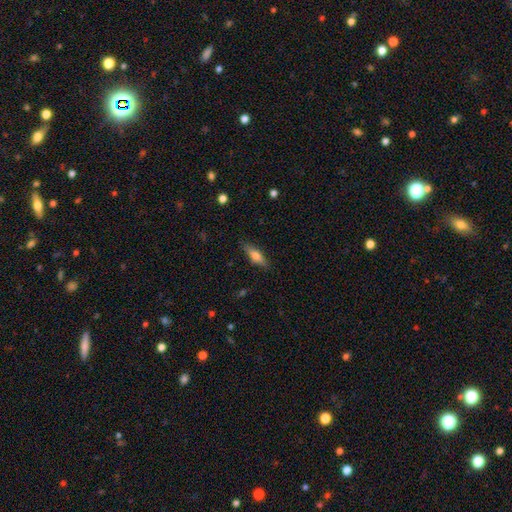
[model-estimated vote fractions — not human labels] A smooth galaxy with no disk features (62%) that is cigar-shaped (57%).

Vote fractions:
- Smooth or featured? smooth: 62% / featured or disk: 32% / star or artifact: 7%
- How rounded? cigar-shaped: 57% / in between: 41% / round: 2%
- Merging? none: 85% / minor disturbance: 11% / major disturbance: 2% / merger: 1%